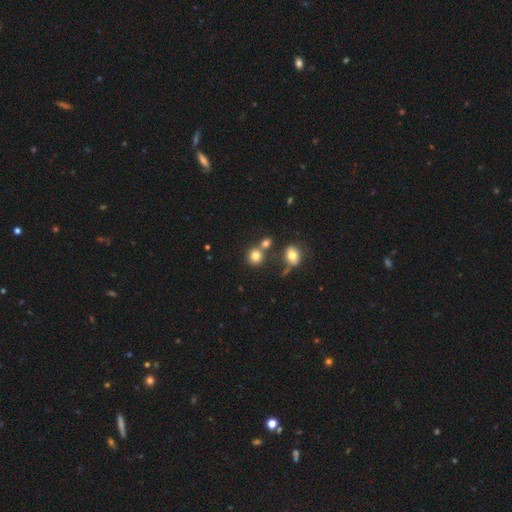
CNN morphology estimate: type=smooth (78%); roundness=round (84%); merging=none (58%).